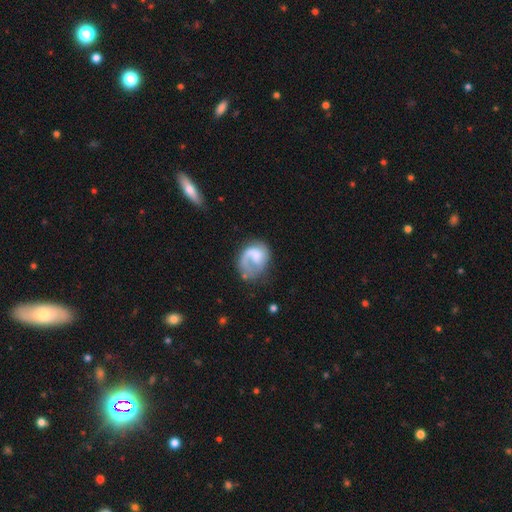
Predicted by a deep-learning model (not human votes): Smooth or featured? Predicted: featured or disk (p=0.63). Edge-on disk? Predicted: no (p=0.98). Bar? Predicted: no (p=0.64). Spiral arms? Predicted: yes (p=0.85). Spiral winding? Predicted: loose (p=0.40). Spiral arm count? Predicted: 1 (p=0.79). Bulge size? Predicted: none (p=0.44). Merging? Predicted: none (p=0.45).